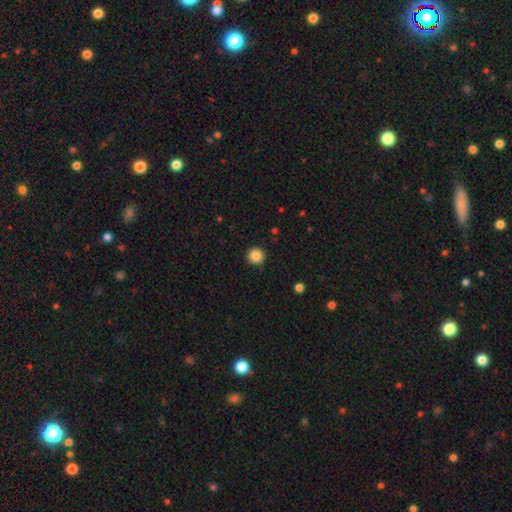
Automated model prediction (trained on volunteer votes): This appears to be a smooth galaxy with no disk features (86%) that is round (96%). Merging: none (93%).